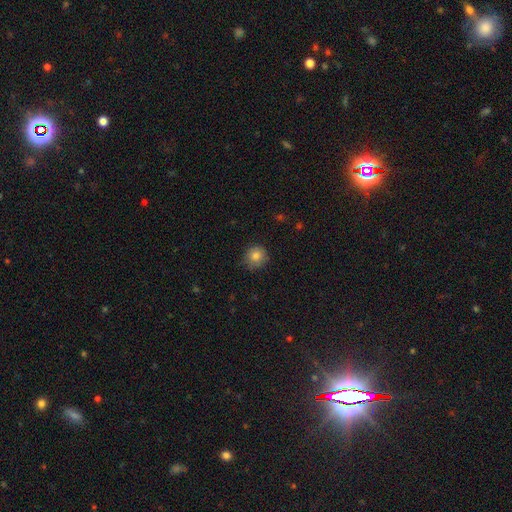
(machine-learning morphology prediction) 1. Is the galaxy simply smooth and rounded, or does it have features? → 82% smooth, 10% star or artifact, 8% featured or disk.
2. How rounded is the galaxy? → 90% round, 9% in between, 1% cigar-shaped.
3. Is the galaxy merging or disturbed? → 79% none, 17% minor disturbance, 3% major disturbance, 1% merger.